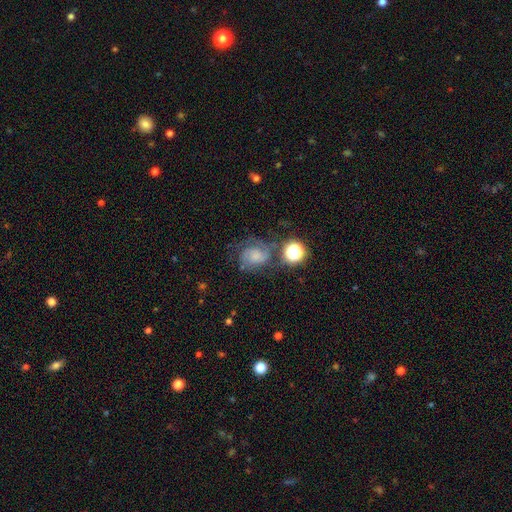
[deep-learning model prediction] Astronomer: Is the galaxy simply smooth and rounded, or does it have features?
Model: featured or disk — 62%.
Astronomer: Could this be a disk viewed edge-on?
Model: no — 98%.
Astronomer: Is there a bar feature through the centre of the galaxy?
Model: no — 67%.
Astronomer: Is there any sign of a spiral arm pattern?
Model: yes — 91%.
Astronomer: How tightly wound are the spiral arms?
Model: tight — 44% (runner-up: medium, 43%).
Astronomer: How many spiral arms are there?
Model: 2 — 56%.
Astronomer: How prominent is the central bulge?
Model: small — 36% (runner-up: none, 28%).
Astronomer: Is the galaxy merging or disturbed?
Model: none — 55%.